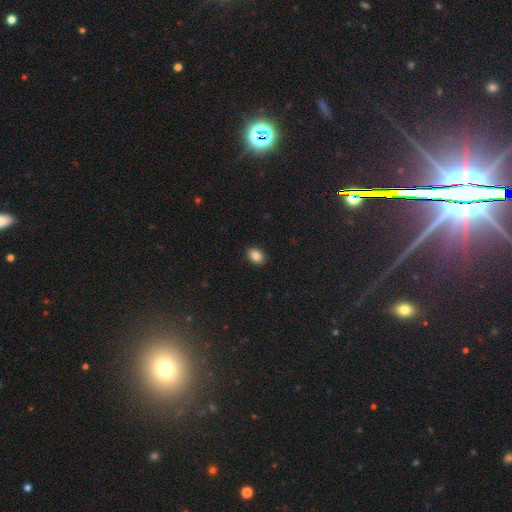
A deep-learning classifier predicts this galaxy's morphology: The model was most divided on "how rounded": in between: 82%, round: 17%, cigar-shaped: 1%. More confident: merging — none (90%); smooth or featured — smooth (87%).